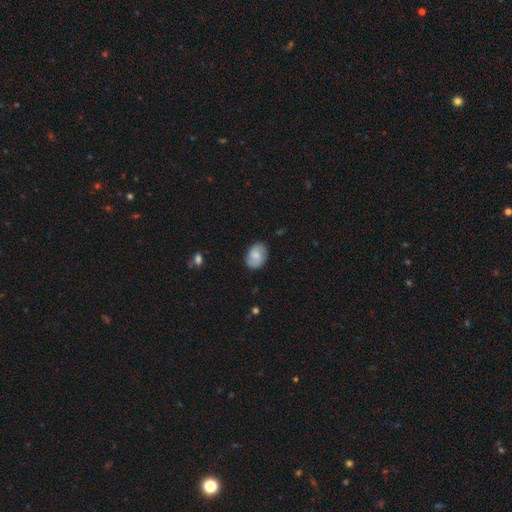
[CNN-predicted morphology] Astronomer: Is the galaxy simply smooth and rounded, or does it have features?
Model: smooth — 69%.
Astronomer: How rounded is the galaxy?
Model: in between — 77%.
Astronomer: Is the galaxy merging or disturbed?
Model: none — 81%.